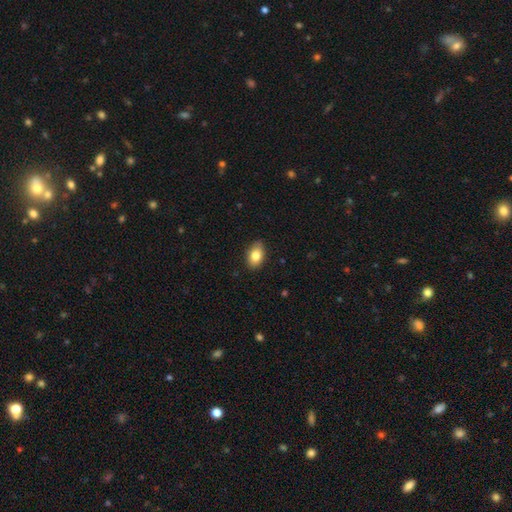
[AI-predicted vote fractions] Q: Smooth or featured?
A: smooth (82%); runner-up: featured or disk (10%)
Q: How rounded?
A: in between (87%); runner-up: round (12%)
Q: Merging?
A: none (85%); runner-up: minor disturbance (12%)